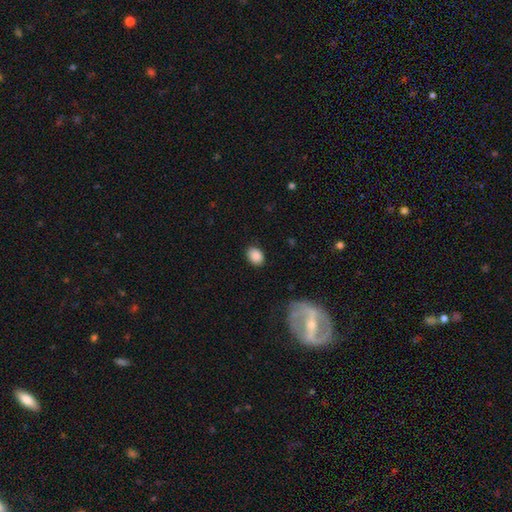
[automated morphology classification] The model was most divided on "how rounded": in between: 67%, round: 32%, cigar-shaped: 1%. More confident: smooth or featured — smooth (88%); merging — none (87%).